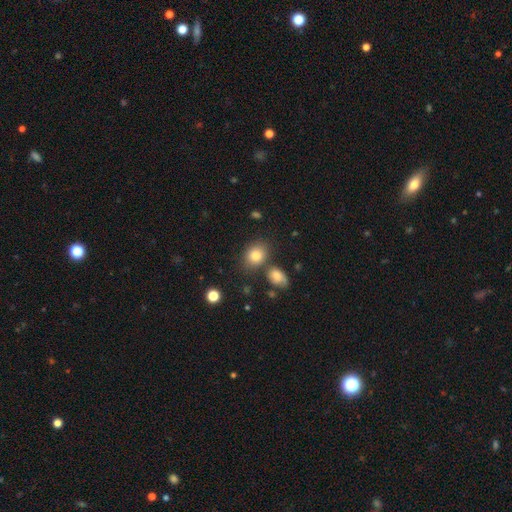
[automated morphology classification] smooth_or_featured: smooth (p=0.80) [alt: star or artifact p=0.10]
how_rounded: in between (p=0.51) [alt: round p=0.48]
merging: none (p=0.71) [alt: minor disturbance p=0.13]